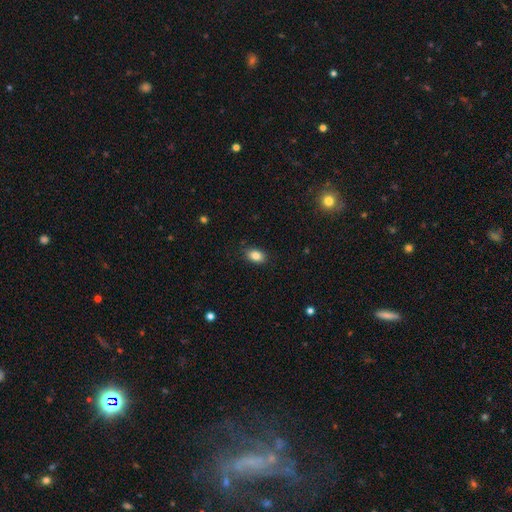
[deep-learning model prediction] smooth-or-featured: smooth: 85% | star or artifact: 9% | featured or disk: 7%
  how-rounded: in between: 85% | round: 14% | cigar-shaped: 2%
  merging: none: 86% | minor disturbance: 11% | major disturbance: 2% | merger: 1%